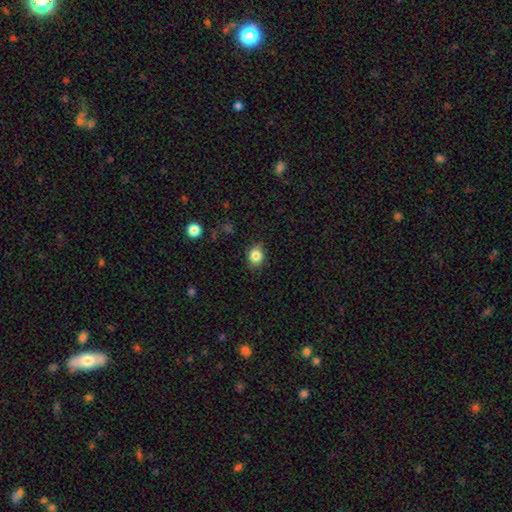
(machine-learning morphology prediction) Q: Smooth or featured?
A: smooth (84%); runner-up: star or artifact (10%)
Q: How rounded?
A: round (51%); runner-up: in between (48%)
Q: Merging?
A: none (82%); runner-up: minor disturbance (14%)